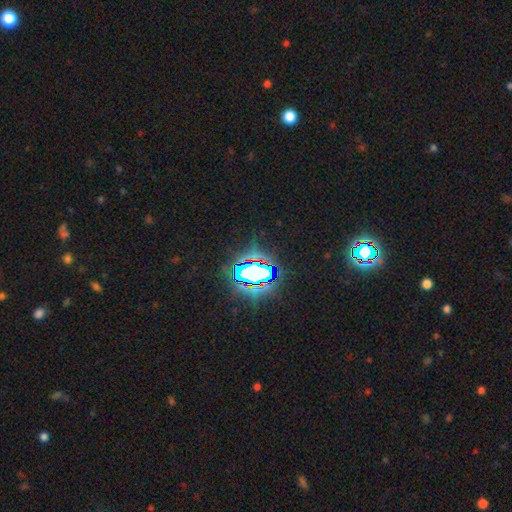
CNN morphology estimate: This is likely a star or artifact rather than a galaxy (69%).